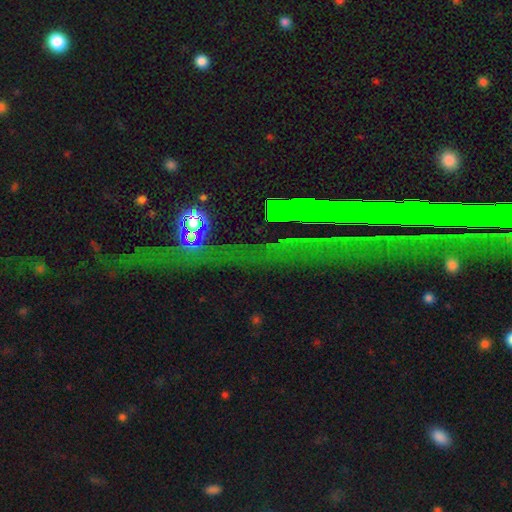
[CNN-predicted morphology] smooth-or-featured: star or artifact: 73% | featured or disk: 16% | smooth: 11%